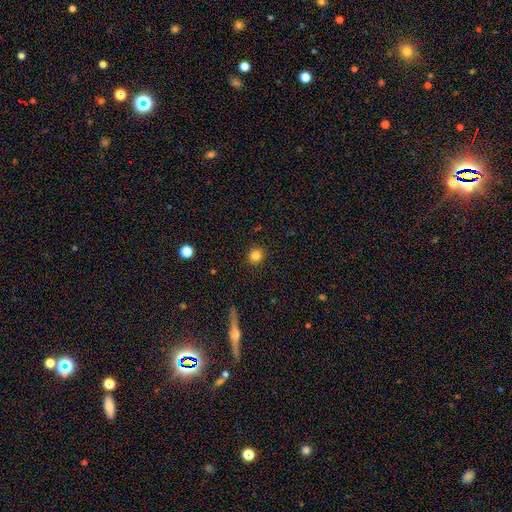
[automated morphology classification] Smooth or featured? smooth (83%)
How rounded? round (86%)
Merging? none (90%)